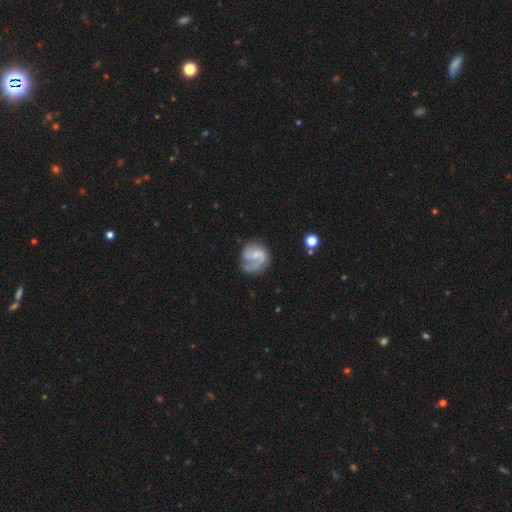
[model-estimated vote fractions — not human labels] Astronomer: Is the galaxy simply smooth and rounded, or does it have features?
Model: featured or disk — 75%.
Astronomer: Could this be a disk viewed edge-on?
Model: no — 98%.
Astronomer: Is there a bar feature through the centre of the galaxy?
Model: no — 50% (runner-up: weak, 42%).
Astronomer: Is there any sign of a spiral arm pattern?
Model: yes — 90%.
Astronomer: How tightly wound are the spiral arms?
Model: medium — 44% (runner-up: loose, 30%).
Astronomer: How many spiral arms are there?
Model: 2 — 48% (runner-up: 1, 37%).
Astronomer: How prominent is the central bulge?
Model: small — 57%.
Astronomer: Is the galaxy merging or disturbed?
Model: none — 55%.